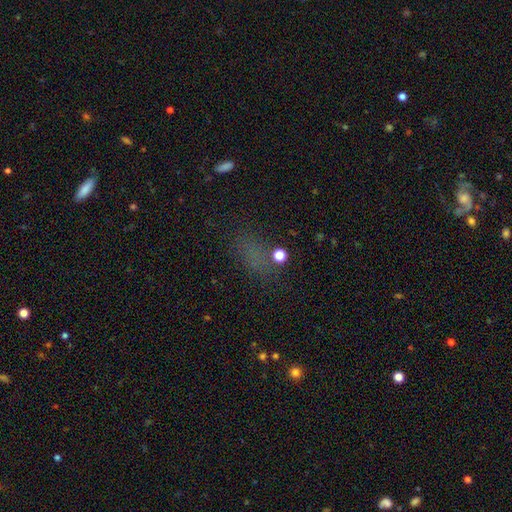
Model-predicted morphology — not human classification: A smooth galaxy with no disk features (53%) that is in between round and cigar-shaped (71%).

Vote fractions:
- Smooth or featured? smooth: 53% / star or artifact: 36% / featured or disk: 11%
- How rounded? in between: 71% / round: 21% / cigar-shaped: 8%
- Merging? none: 65% / minor disturbance: 17% / major disturbance: 13% / merger: 5%